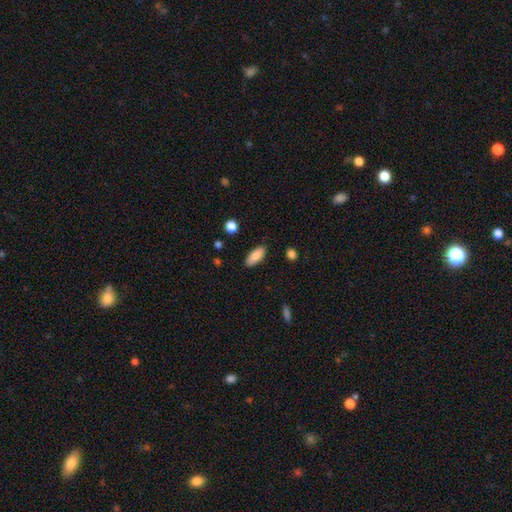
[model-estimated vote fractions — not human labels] This is clearly a smooth galaxy (87%). How rounded: clearly in between (80%). Merging: clearly none (86%).